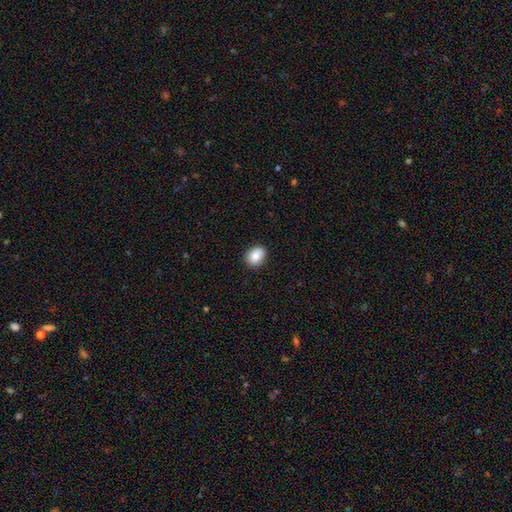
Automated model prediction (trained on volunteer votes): The model was most divided on "how rounded": in between: 53%, round: 47%, cigar-shaped: 1%. More confident: merging — none (85%); smooth or featured — smooth (84%).